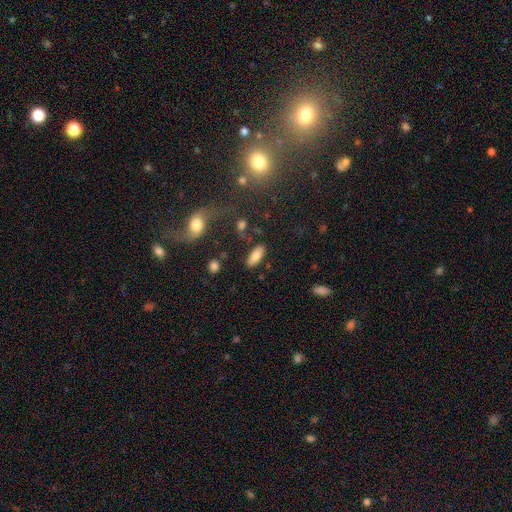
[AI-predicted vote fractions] The model was most divided on "how rounded": in between: 82%, cigar-shaped: 16%, round: 2%. More confident: merging — none (83%); smooth or featured — smooth (82%).